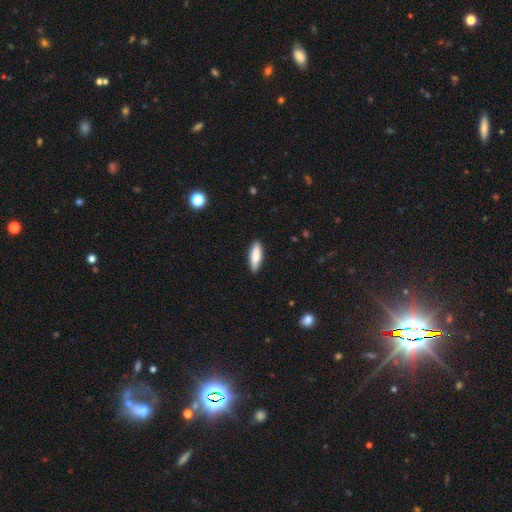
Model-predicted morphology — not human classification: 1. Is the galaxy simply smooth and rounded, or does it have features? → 76% smooth, 18% featured or disk, 6% star or artifact.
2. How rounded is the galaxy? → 49% in between (tied), 49% cigar-shaped (tied), 2% round.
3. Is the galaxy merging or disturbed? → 88% none, 9% minor disturbance, 2% major disturbance, 1% merger.